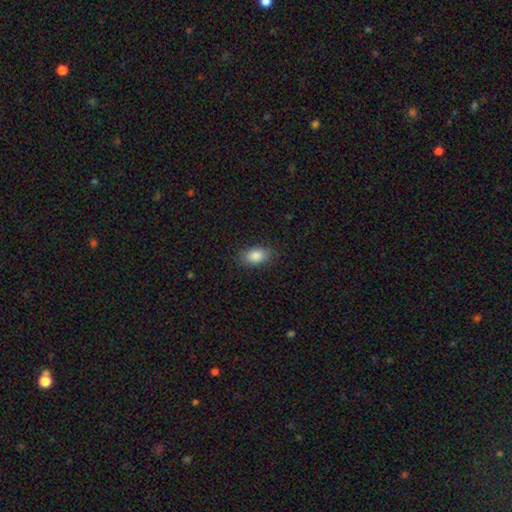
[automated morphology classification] Overall: smooth (87%). How rounded: in between (90%). Merging: none (85%).